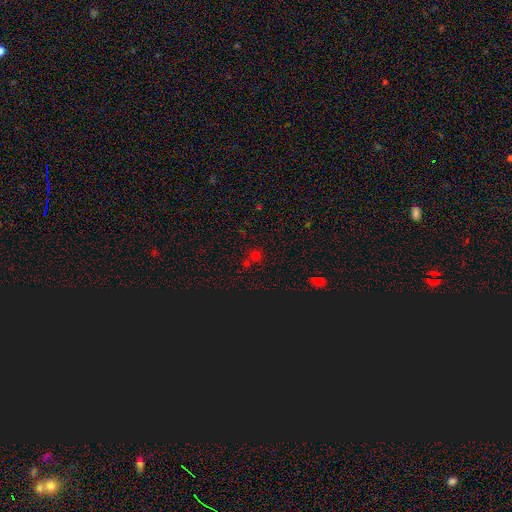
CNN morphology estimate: smooth 49%, star or artifact 44%, featured or disk 7%. Down the decision tree: merging — none (62%).